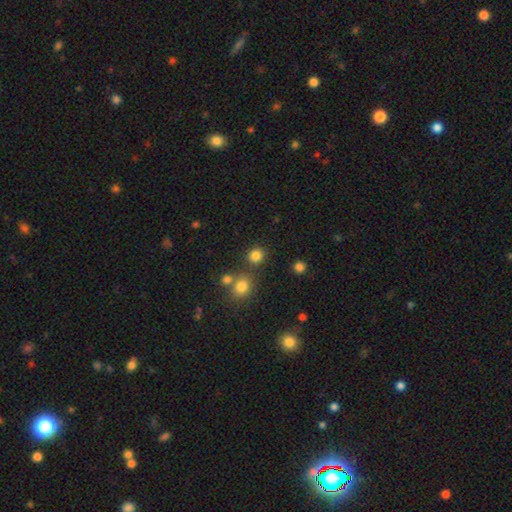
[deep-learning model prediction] Overall: smooth (81%). How rounded: round (88%). Merging: none (80%).